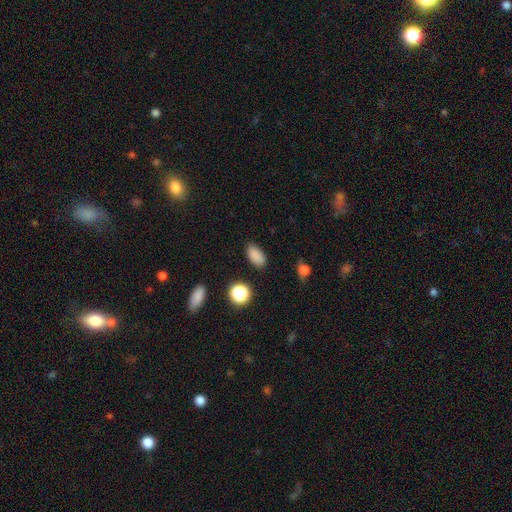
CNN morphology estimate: Smooth or featured: smooth — 84% (star or artifact — 12%)
How rounded: in between — 89% (round — 7%)
Merging: none — 85% (minor disturbance — 11%)